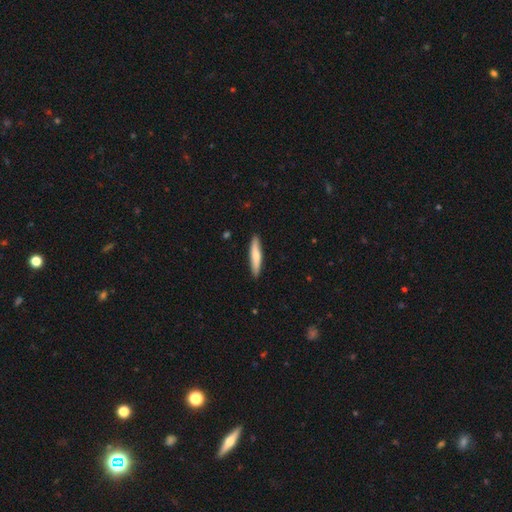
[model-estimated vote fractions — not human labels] Smooth or featured? smooth (70%)
How rounded? cigar-shaped (89%)
Merging? none (89%)